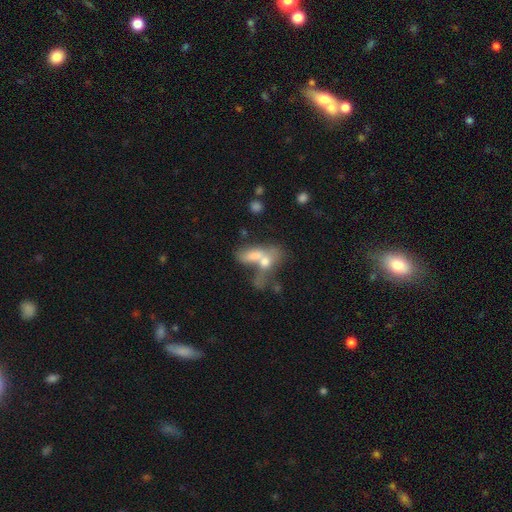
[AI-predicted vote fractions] Smooth or featured? smooth (58%)
How rounded? in between (69%)
Merging? merger (62%)